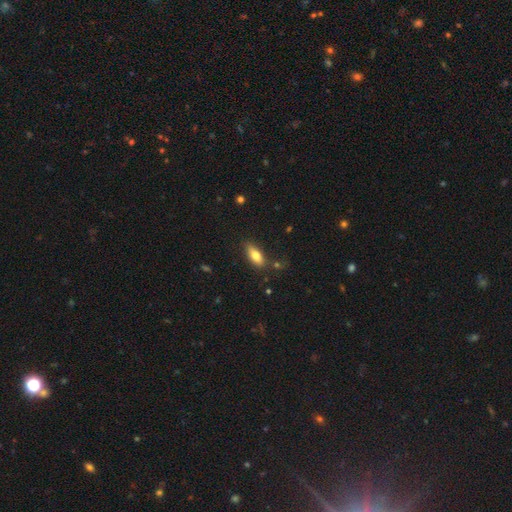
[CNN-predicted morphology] The model was most divided on "how rounded": in between: 76%, cigar-shaped: 21%, round: 3%. More confident: merging — none (77%); smooth or featured — smooth (76%).